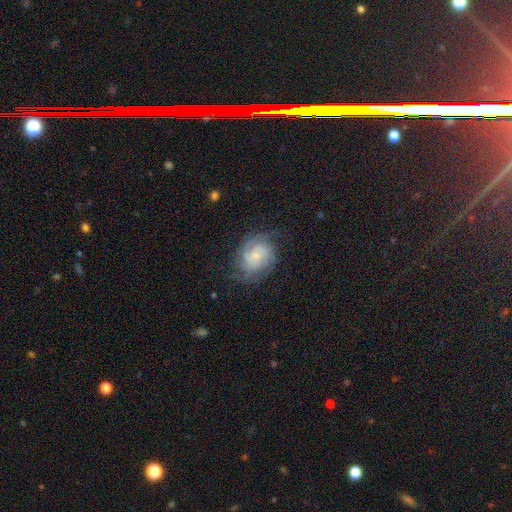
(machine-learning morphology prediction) The model was most divided on "spiral arm count": 2: 42%, can't tell: 24%, 3: 19%, 4: 5%, 1: 5%, more than 4: 4%. More confident: edge-on disk — no (98%); spiral arms — yes (95%); smooth or featured — featured or disk (77%); merging — none (70%); bar — no (63%); bulge size — small (60%); spiral winding — tight (56%).